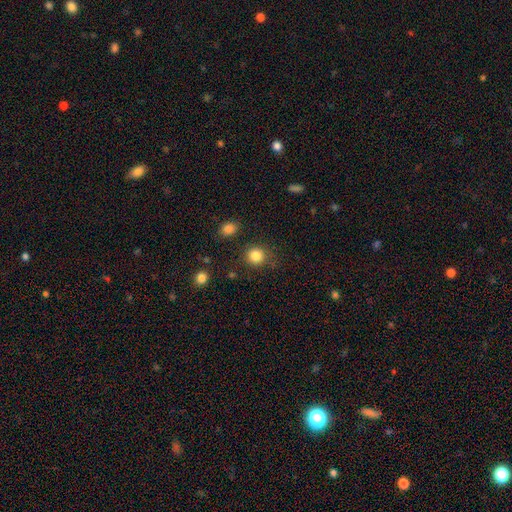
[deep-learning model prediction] This is clearly a smooth galaxy (84%). How rounded: clearly round (90%). Merging: clearly none (84%).